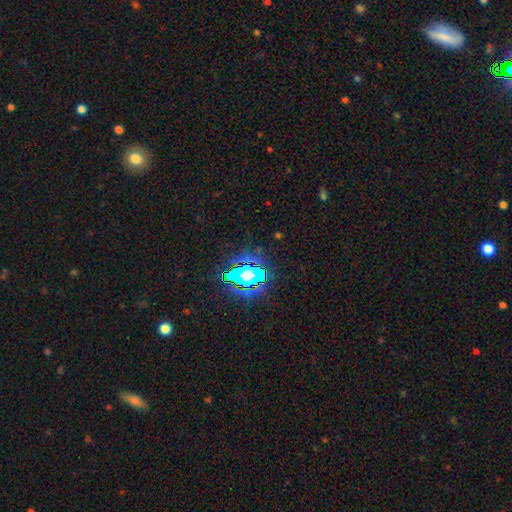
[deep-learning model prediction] star or artifact 81%, smooth 11%, featured or disk 8%.